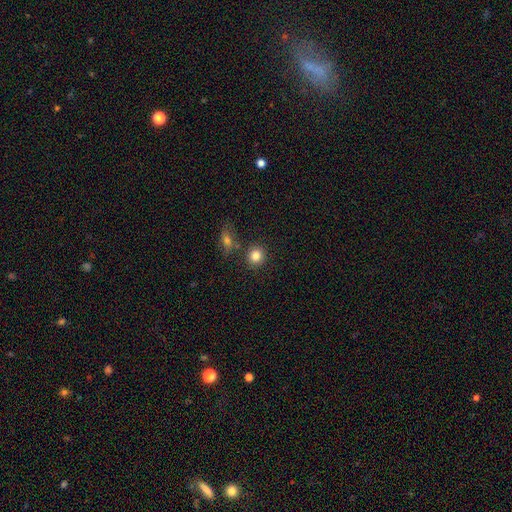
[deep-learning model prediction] Smooth or featured? smooth (83%)
How rounded? round (84%)
Merging? none (81%)